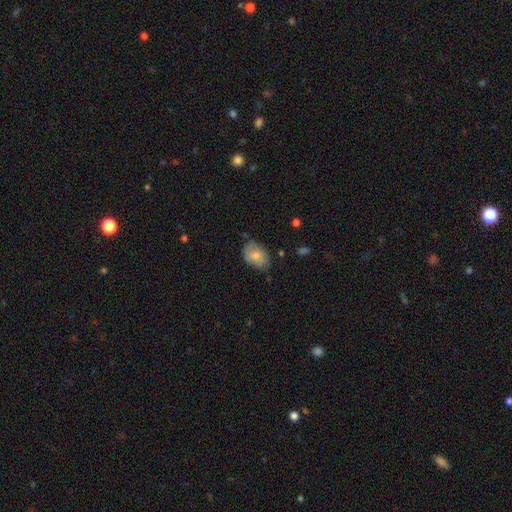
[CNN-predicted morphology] smooth-or-featured: smooth: 68% | featured or disk: 25% | star or artifact: 7%
  how-rounded: in between: 82% | round: 17% | cigar-shaped: 1%
  merging: none: 67% | minor disturbance: 26% | major disturbance: 5% | merger: 2%